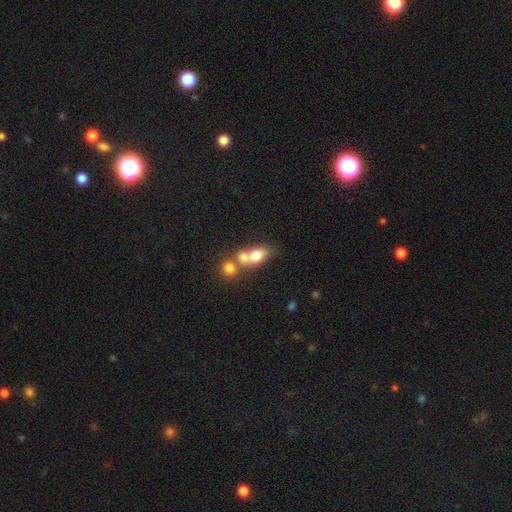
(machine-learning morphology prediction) Smooth or featured: smooth — 71% (featured or disk — 19%)
How rounded: in between — 69% (round — 27%)
Merging: merger — 62% (none — 24%)